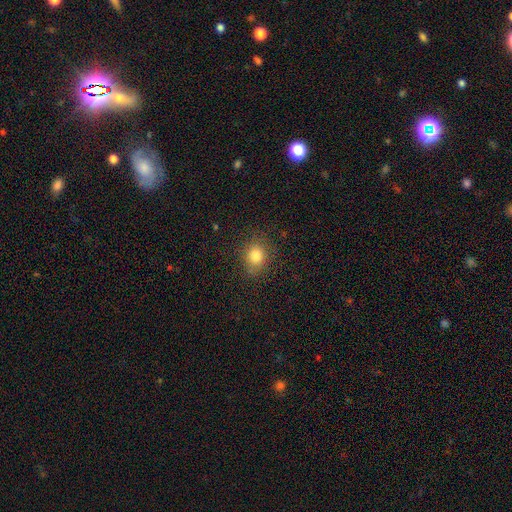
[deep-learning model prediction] A smooth galaxy with no disk features (80%) that is round (72%). Merging: none (83%).